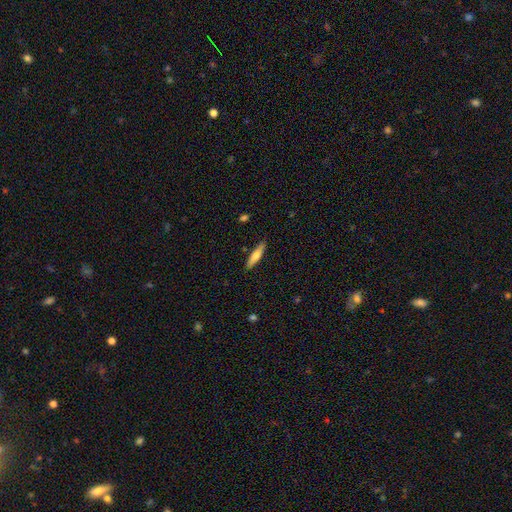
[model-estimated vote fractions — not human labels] Smooth or featured? Predicted: smooth (p=0.65). How rounded? Predicted: cigar-shaped (p=0.80). Merging? Predicted: none (p=0.87).